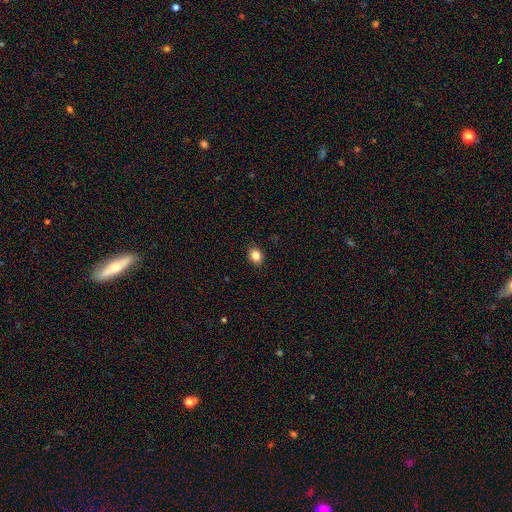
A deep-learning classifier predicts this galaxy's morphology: Smooth or featured: smooth — 84% (star or artifact — 10%)
How rounded: round — 56% (in between — 43%)
Merging: none — 89% (minor disturbance — 8%)